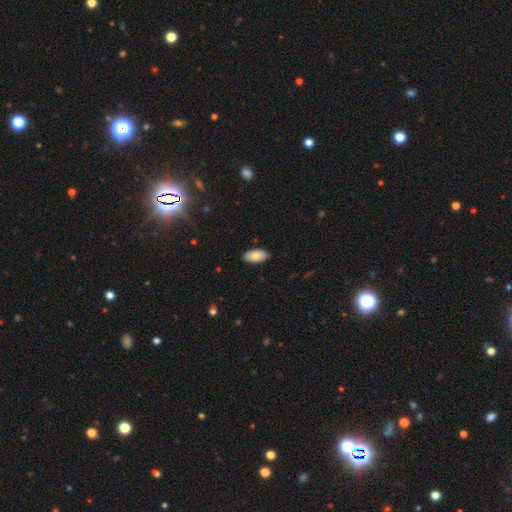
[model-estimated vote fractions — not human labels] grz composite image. It shows a smooth galaxy with no disk features (80%) that is in between round and cigar-shaped (95%). Merging: none (88%).